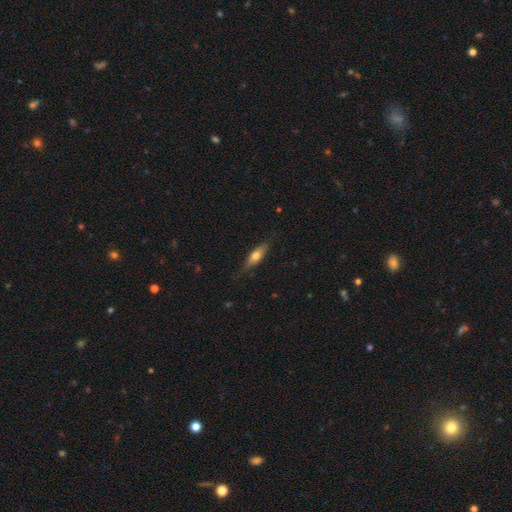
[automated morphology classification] Q: Smooth or featured?
A: smooth (63%); runner-up: featured or disk (31%)
Q: How rounded?
A: in between (49%); runner-up: cigar-shaped (48%)
Q: Merging?
A: none (78%); runner-up: minor disturbance (17%)